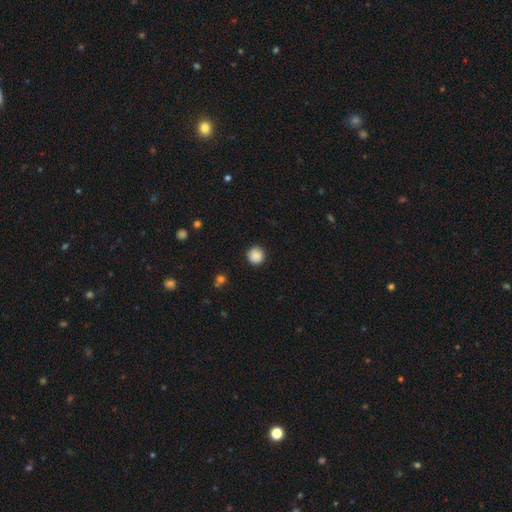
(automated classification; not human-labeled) Smooth or featured? smooth (88%)
How rounded? round (94%)
Merging? none (90%)